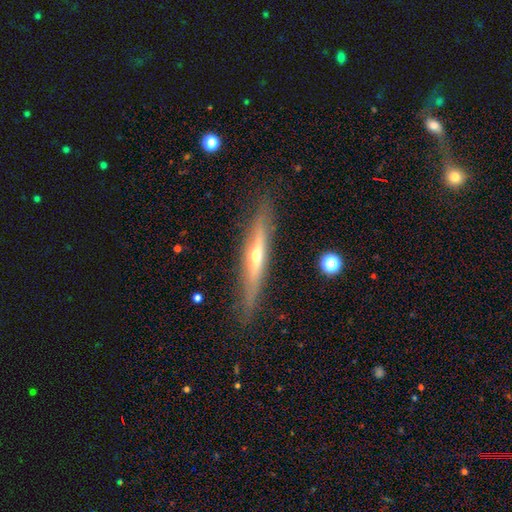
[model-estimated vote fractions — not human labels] Smooth or featured: featured or disk — 68% (smooth — 25%)
Edge-on disk: yes — 92% (no — 8%)
Edge-on bulge: rounded — 79% (none — 17%)
Merging: none — 84% (minor disturbance — 11%)